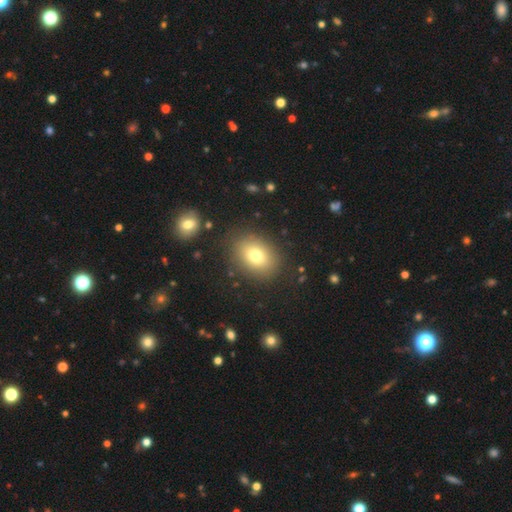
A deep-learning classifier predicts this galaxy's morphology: smooth 76%, featured or disk 12%, star or artifact 11%. Down the decision tree: how rounded — in between (63%); merging — none (84%).